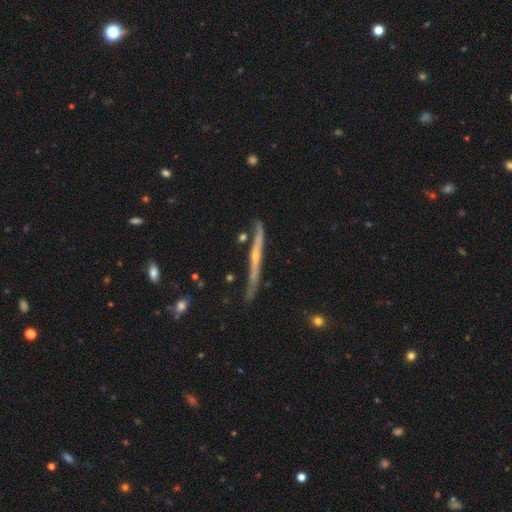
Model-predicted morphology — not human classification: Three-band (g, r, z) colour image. It shows a featured or disk galaxy (76%) viewed edge-on (96%) with a rounded central bulge (60%). Merging: none (76%).